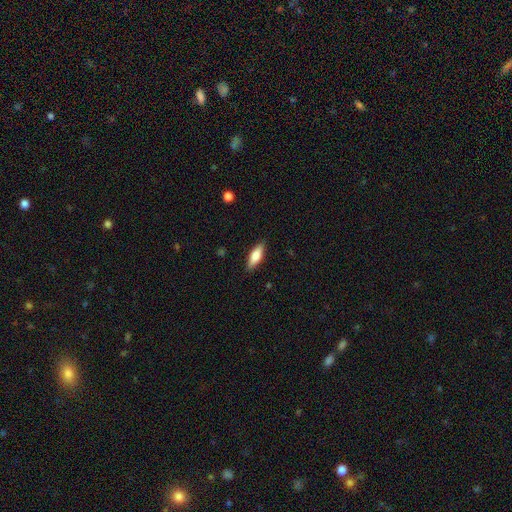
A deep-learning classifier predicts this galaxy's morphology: smooth-or-featured: smooth: 69% | featured or disk: 24% | star or artifact: 6%
  how-rounded: in between: 61% | cigar-shaped: 37% | round: 2%
  merging: none: 87% | minor disturbance: 10% | major disturbance: 2% | merger: 1%